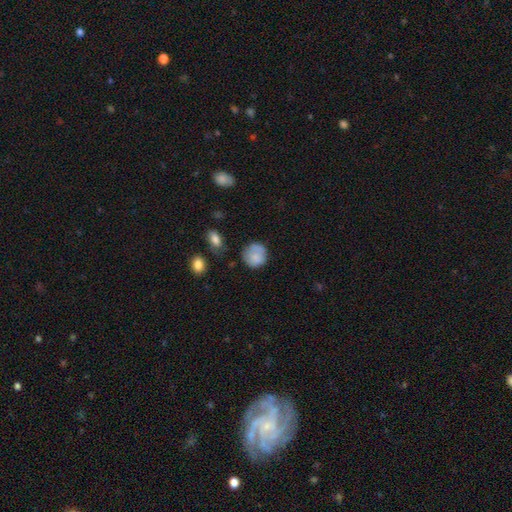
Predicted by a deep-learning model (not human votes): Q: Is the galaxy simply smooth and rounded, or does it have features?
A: smooth — 79%.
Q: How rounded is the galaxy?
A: round — 85%.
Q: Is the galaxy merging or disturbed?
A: none — 64%.